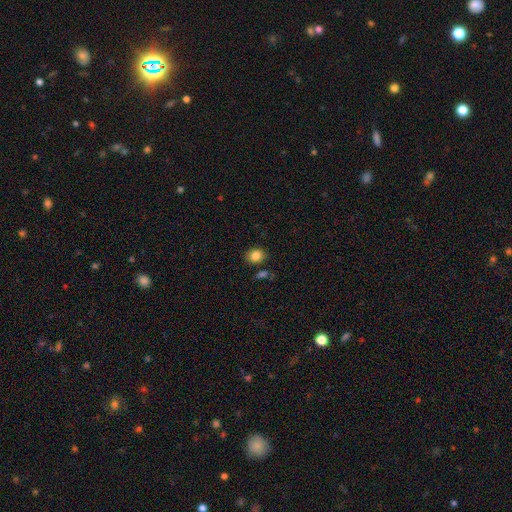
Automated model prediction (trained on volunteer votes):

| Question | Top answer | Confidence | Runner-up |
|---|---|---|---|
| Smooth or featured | smooth | 83% | star or artifact (10%) |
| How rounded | in between | 52% | round (47%) |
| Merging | none | 82% | minor disturbance (11%) |